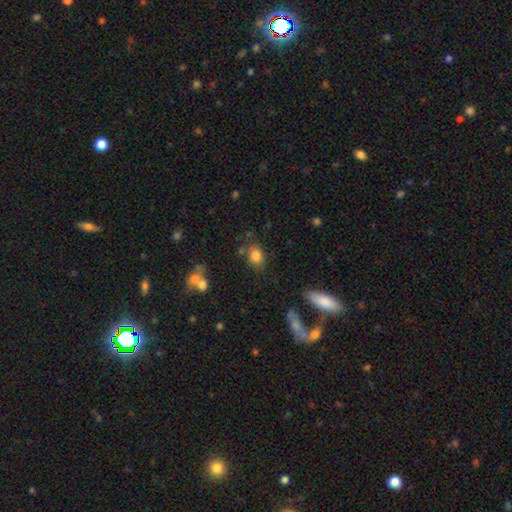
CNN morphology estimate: smooth_or_featured: smooth (p=0.82) [alt: star or artifact p=0.10]
how_rounded: in between (p=0.65) [alt: round p=0.34]
merging: none (p=0.69) [alt: minor disturbance p=0.17]